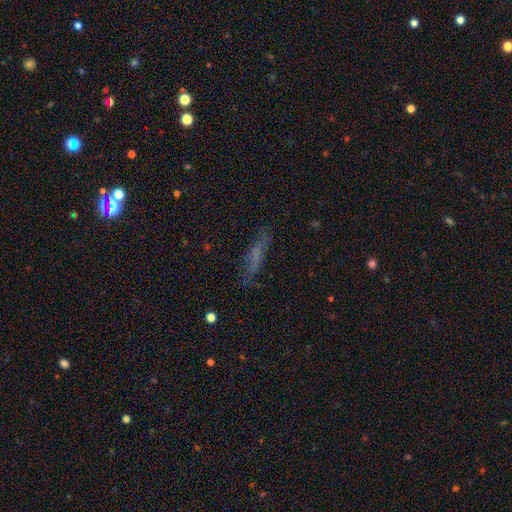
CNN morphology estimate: Smooth or featured? Predicted: smooth (p=0.49). Merging? Predicted: none (p=0.76).